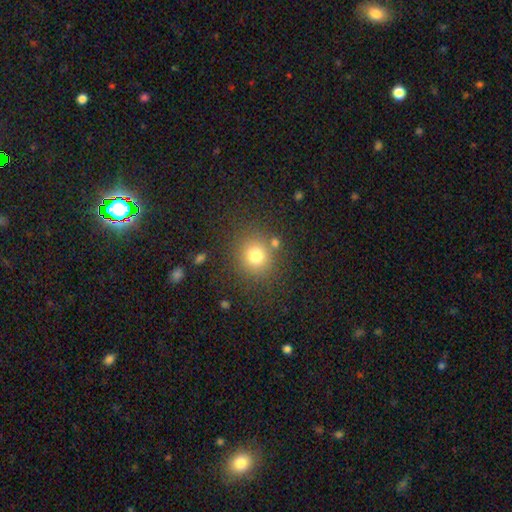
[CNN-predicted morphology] This appears to be a smooth galaxy with no disk features (77%) that is round (88%). Merging: none (80%).